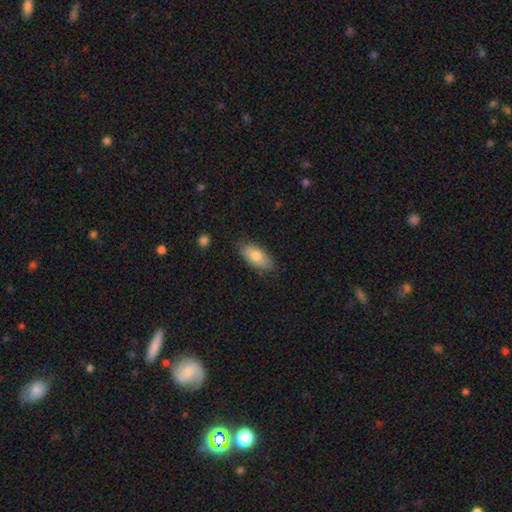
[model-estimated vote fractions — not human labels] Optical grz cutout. It shows a smooth galaxy with no disk features (78%) that is in between round and cigar-shaped (88%). Merging: none (81%).